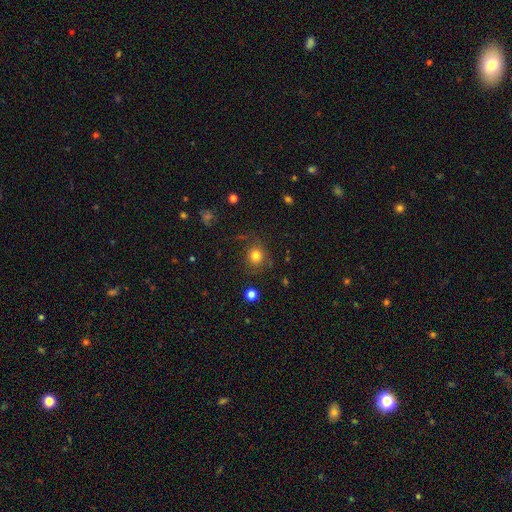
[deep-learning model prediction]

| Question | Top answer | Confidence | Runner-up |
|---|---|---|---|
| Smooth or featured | smooth | 78% | star or artifact (14%) |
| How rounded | round | 85% | in between (14%) |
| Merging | none | 78% | minor disturbance (13%) |